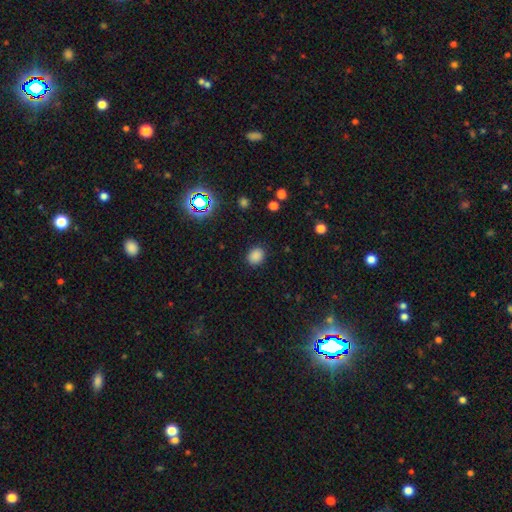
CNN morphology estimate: A smooth galaxy with no disk features (84%) that is round (56%). Merging: none (87%).